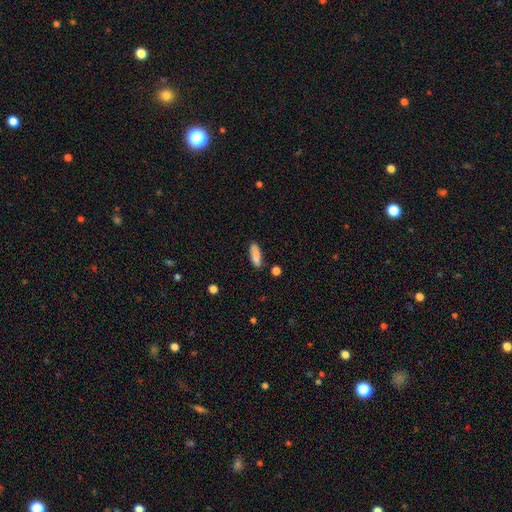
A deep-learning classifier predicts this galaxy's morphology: smooth 86%, star or artifact 7%, featured or disk 7%. Down the decision tree: how rounded — in between (59%); merging — none (79%).